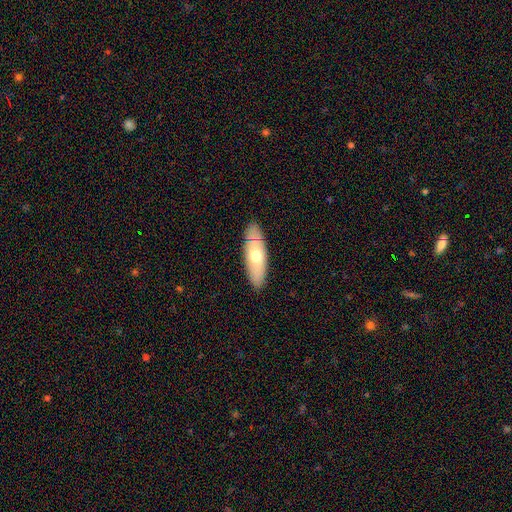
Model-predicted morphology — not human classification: smooth_or_featured: smooth (p=0.55) [alt: featured or disk p=0.39]
how_rounded: in between (p=0.56) [alt: cigar-shaped p=0.41]
merging: none (p=0.86) [alt: minor disturbance p=0.10]